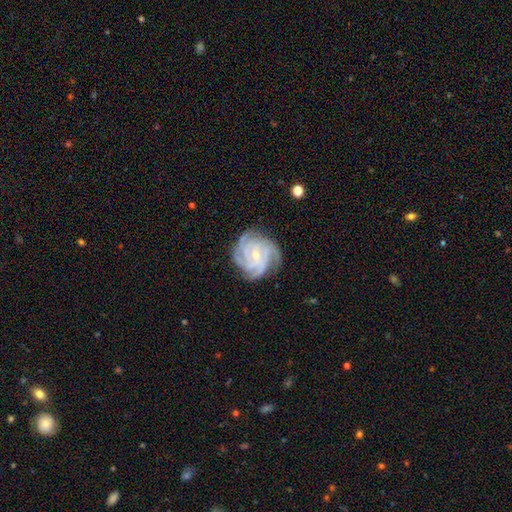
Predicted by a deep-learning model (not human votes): Smooth or featured? Predicted: featured or disk (p=0.89). Edge-on disk? Predicted: no (p=0.98). Bar? Predicted: no (p=0.50). Spiral arms? Predicted: yes (p=0.98). Spiral winding? Predicted: tight (p=0.70). Spiral arm count? Predicted: 4 (p=0.53). Bulge size? Predicted: small (p=0.71). Merging? Predicted: none (p=0.78).